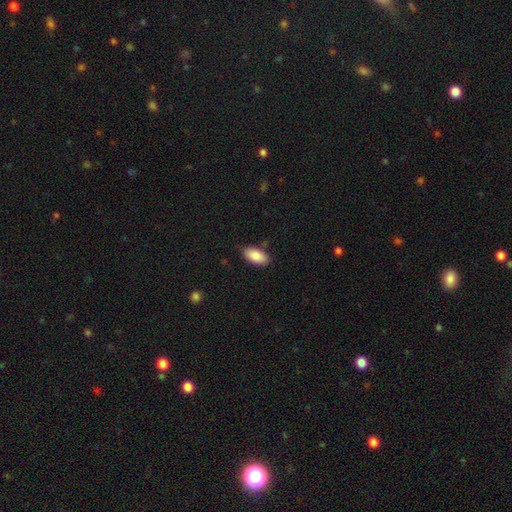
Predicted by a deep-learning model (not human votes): smooth-or-featured: smooth: 87% | star or artifact: 6% | featured or disk: 6%
  how-rounded: in between: 92% | cigar-shaped: 5% | round: 2%
  merging: none: 84% | minor disturbance: 12% | major disturbance: 2% | merger: 2%